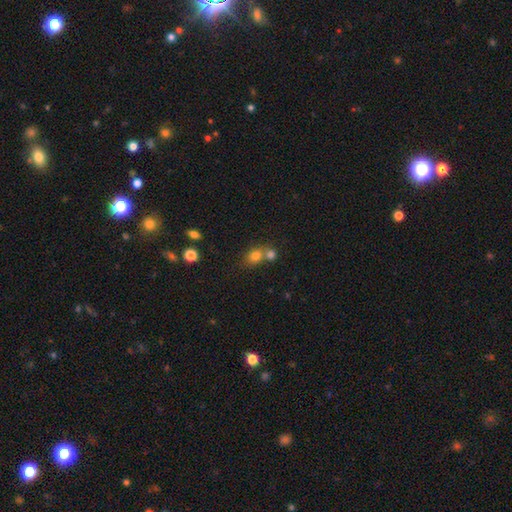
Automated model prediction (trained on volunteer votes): Smooth or featured? Predicted: smooth (p=0.78). How rounded? Predicted: round (p=0.58). Merging? Predicted: merger (p=0.45).